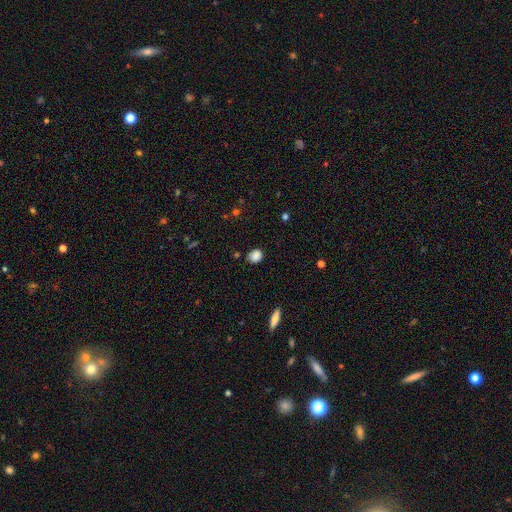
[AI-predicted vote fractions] A smooth galaxy with no disk features (85%) that is round (55%). Merging: none (76%).